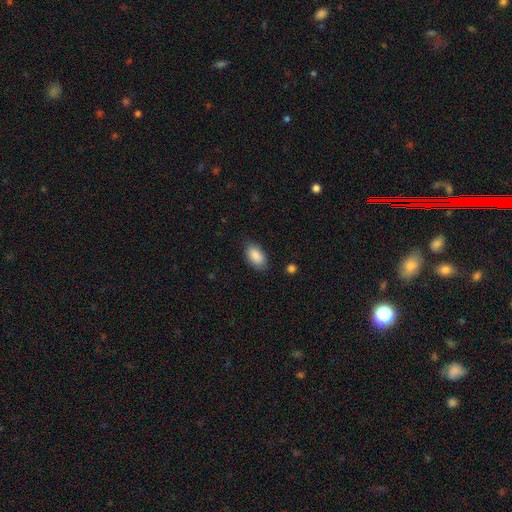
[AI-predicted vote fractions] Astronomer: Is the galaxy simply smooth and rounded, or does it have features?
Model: smooth — 89%.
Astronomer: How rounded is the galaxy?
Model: in between — 93%.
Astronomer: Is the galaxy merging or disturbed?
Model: none — 80%.